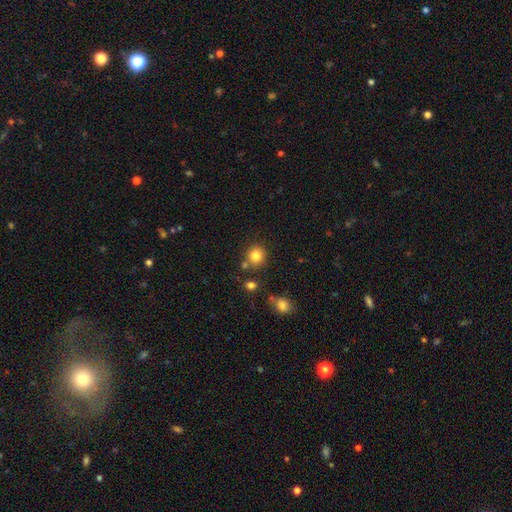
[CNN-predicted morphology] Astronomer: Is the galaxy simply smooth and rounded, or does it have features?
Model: smooth — 83%.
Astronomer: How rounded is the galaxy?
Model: round — 88%.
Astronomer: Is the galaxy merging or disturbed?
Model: none — 77%.